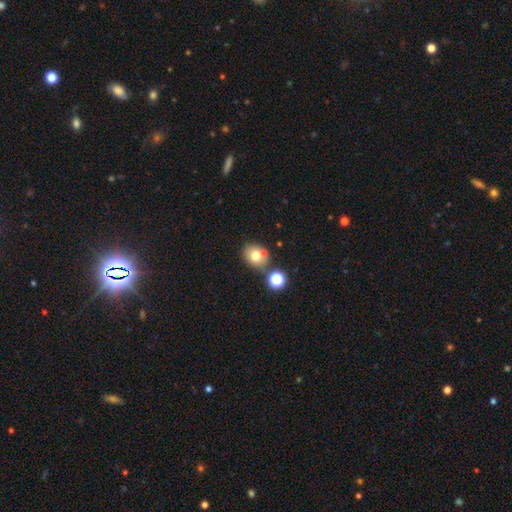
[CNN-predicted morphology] Q: Smooth or featured?
A: smooth (73%); runner-up: featured or disk (14%)
Q: How rounded?
A: round (61%); runner-up: in between (38%)
Q: Merging?
A: none (62%); runner-up: merger (21%)